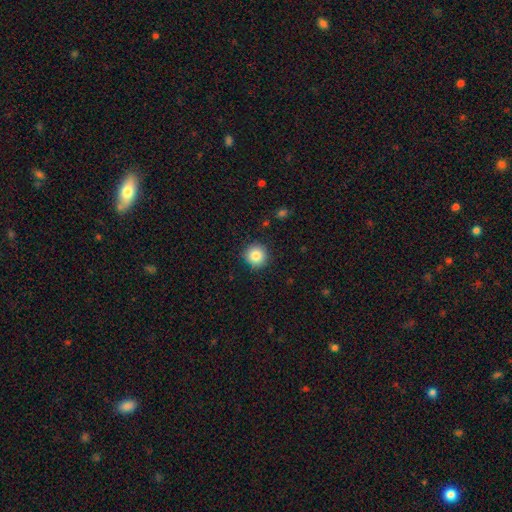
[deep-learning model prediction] smooth 85%, star or artifact 9%, featured or disk 6%. Down the decision tree: how rounded — round (95%); merging — none (90%).